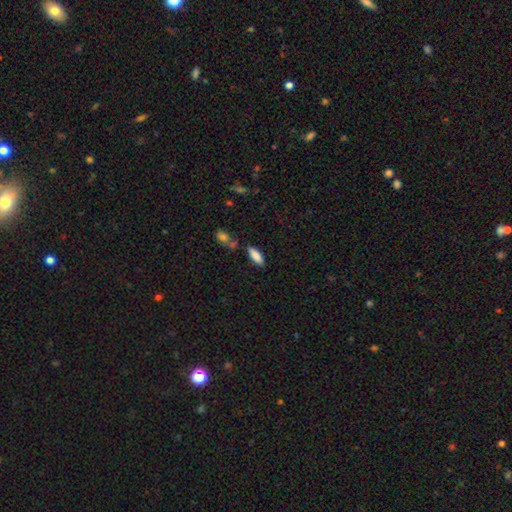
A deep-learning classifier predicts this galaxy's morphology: type=smooth (85%); roundness=in between (67%); merging=none (71%).